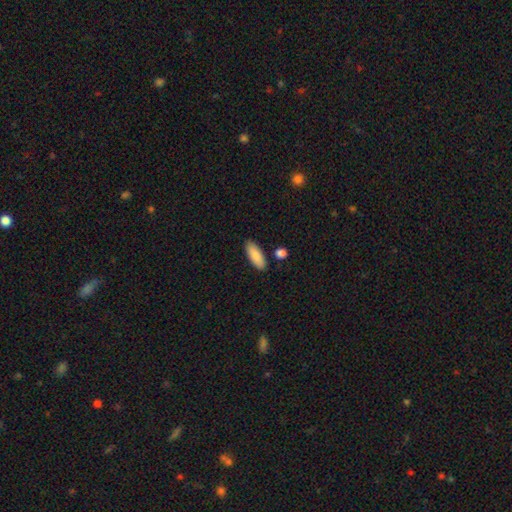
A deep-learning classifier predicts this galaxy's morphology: Q: Smooth or featured?
A: smooth (88%); runner-up: featured or disk (6%)
Q: How rounded?
A: in between (71%); runner-up: cigar-shaped (27%)
Q: Merging?
A: none (85%); runner-up: minor disturbance (9%)